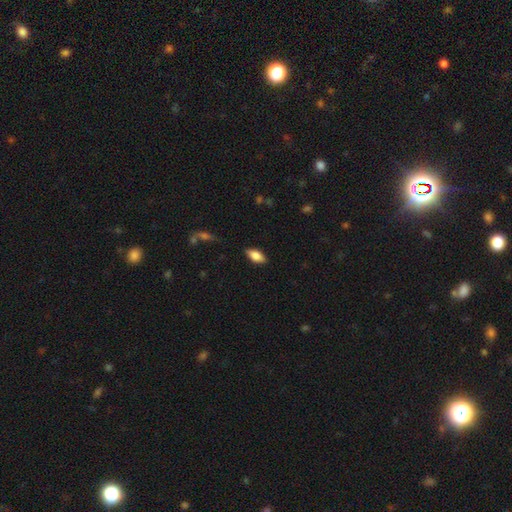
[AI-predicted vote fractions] Smooth or featured?
  - smooth: 80% *
  - featured or disk: 13%
  - star or artifact: 7%
How rounded?
  - in between: 88% *
  - cigar-shaped: 10%
  - round: 3%
Merging?
  - none: 86% *
  - minor disturbance: 10%
  - major disturbance: 2%
  - merger: 1%